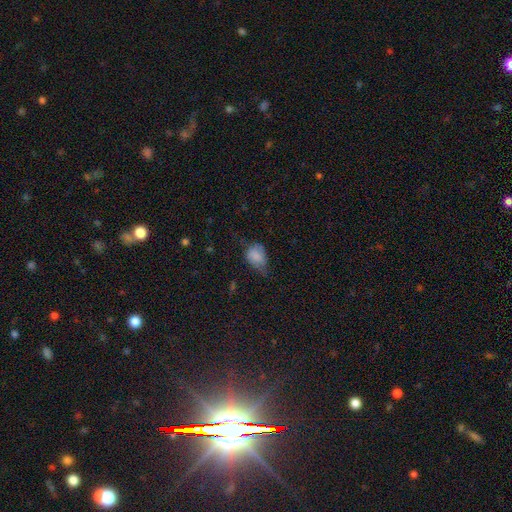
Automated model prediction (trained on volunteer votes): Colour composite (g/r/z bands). It shows a smooth galaxy with no disk features (76%) that is in between round and cigar-shaped (76%). Merging: minor disturbance (43%).